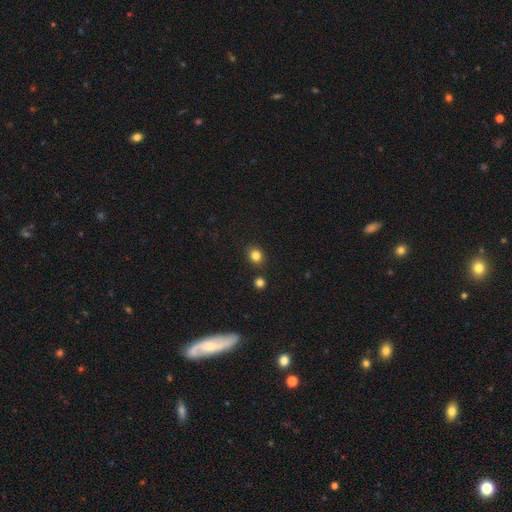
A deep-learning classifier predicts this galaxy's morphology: Smooth or featured? Predicted: smooth (p=0.82). How rounded? Predicted: round (p=0.73). Merging? Predicted: none (p=0.85).